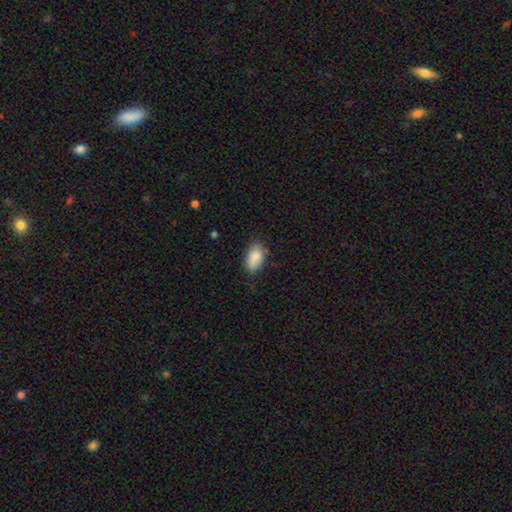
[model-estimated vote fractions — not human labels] Morphology: type=smooth (87%); roundness=in between (93%); merging=none (71%).